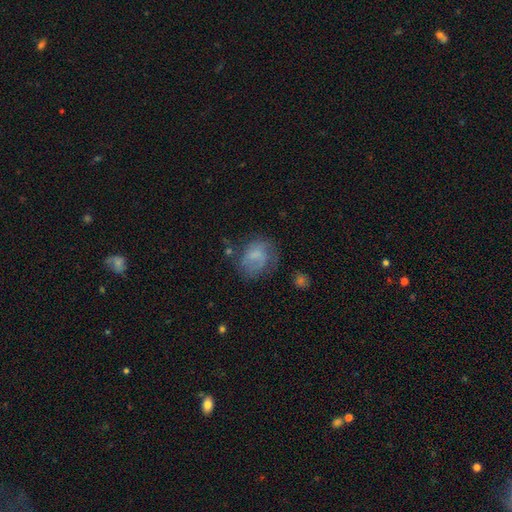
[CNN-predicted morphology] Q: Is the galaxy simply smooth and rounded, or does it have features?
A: smooth — 56%.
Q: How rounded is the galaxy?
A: round — 53%.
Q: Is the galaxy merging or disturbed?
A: none — 49%.